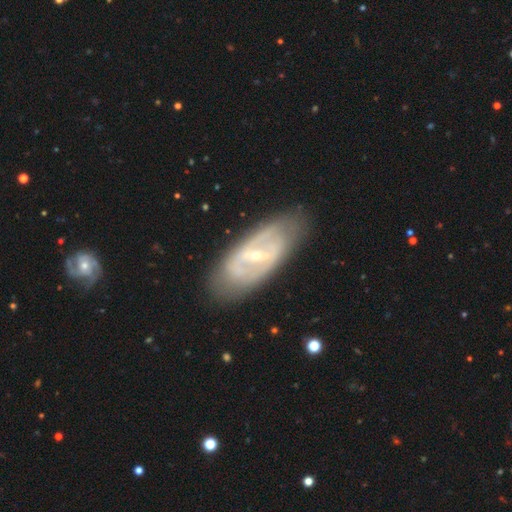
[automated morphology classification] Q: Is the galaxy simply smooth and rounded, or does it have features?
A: featured or disk — 78%.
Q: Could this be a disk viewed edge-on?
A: no — 87%.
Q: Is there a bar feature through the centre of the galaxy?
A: strong — 60%.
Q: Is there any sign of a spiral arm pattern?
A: yes — 56%.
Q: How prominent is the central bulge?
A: small — 72%.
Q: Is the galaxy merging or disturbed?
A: none — 79%.